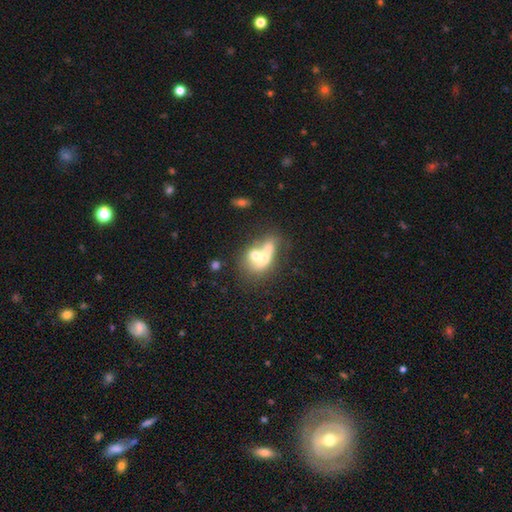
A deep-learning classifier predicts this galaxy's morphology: The model was most divided on "smooth or featured": smooth: 56%, featured or disk: 35%, star or artifact: 9%. More confident: merging — merger (68%); how rounded — in between (58%).